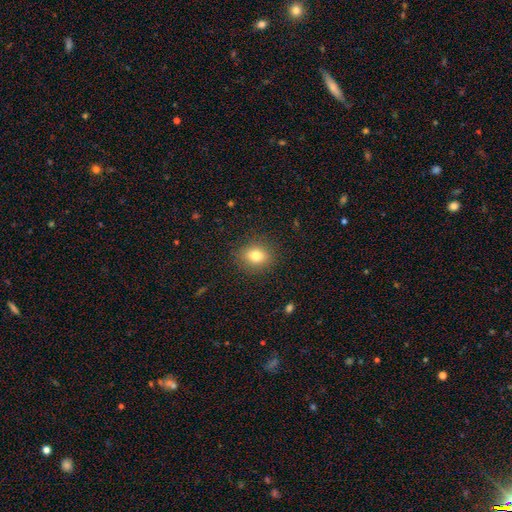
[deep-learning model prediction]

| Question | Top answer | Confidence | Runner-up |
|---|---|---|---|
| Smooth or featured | smooth | 79% | star or artifact (11%) |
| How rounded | round | 63% | in between (36%) |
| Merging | none | 88% | minor disturbance (8%) |